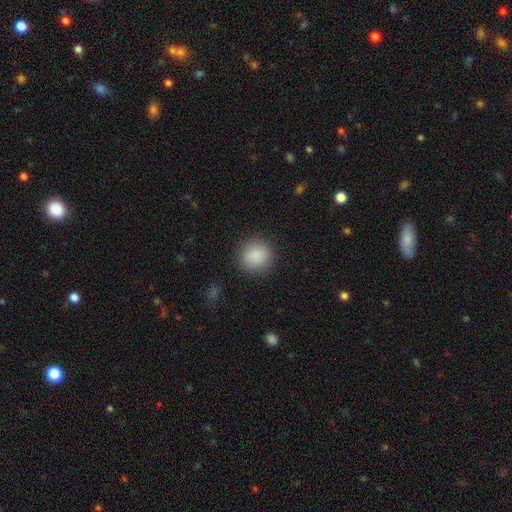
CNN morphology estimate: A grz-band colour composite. It shows a smooth galaxy with no disk features (88%) that is round (91%). Merging: none (89%).